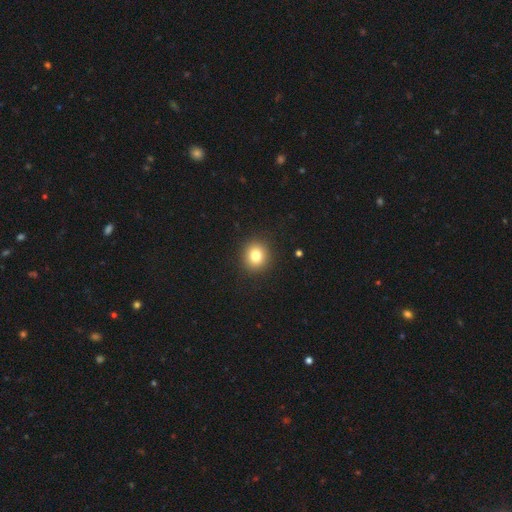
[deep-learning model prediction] Smooth or featured: smooth — 81% (star or artifact — 11%)
How rounded: round — 83% (in between — 16%)
Merging: none — 91% (minor disturbance — 6%)